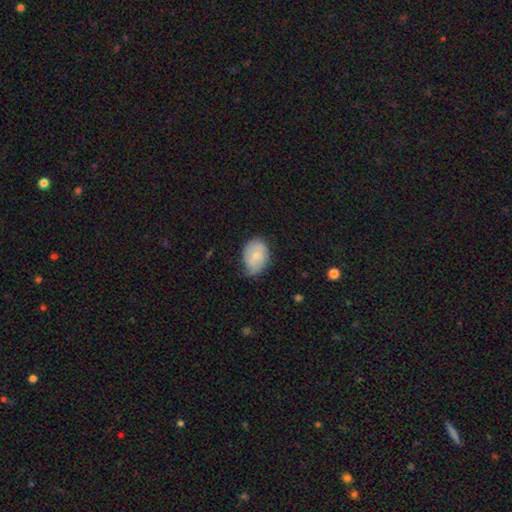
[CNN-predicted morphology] This is likely a smooth galaxy (65%). How rounded: likely in between (69%). Merging: possibly none (45%).